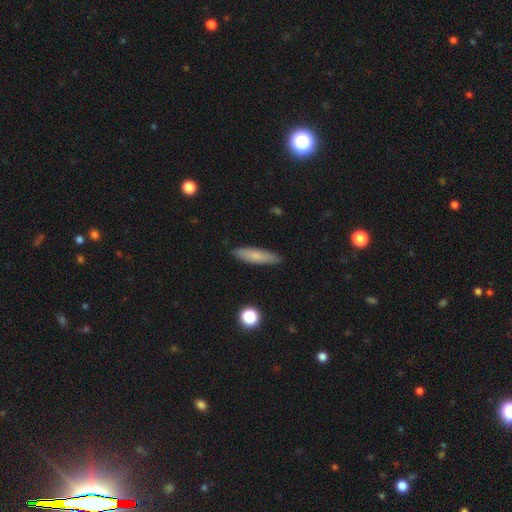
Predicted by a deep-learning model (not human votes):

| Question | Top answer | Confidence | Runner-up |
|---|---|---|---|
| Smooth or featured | smooth | 74% | featured or disk (19%) |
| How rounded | cigar-shaped | 73% | in between (25%) |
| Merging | none | 88% | minor disturbance (9%) |